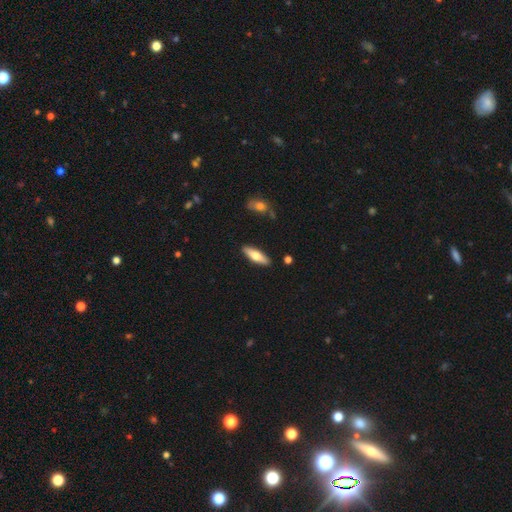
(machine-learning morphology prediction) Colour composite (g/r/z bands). It shows a smooth galaxy with no disk features (61%) that is cigar-shaped (55%). Merging: none (89%).